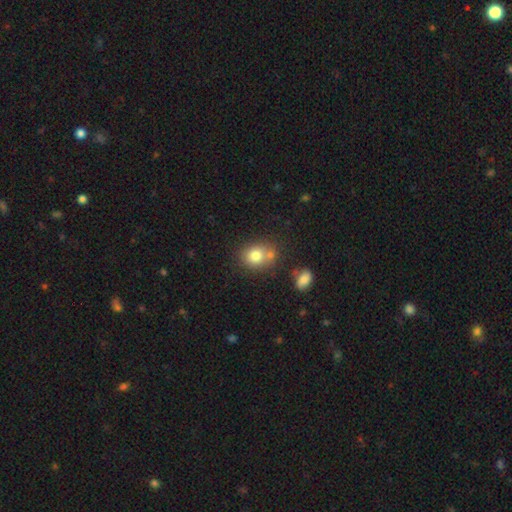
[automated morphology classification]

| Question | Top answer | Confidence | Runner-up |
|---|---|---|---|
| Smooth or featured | smooth | 78% | featured or disk (11%) |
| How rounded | round | 65% | in between (34%) |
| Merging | none | 54% | merger (30%) |